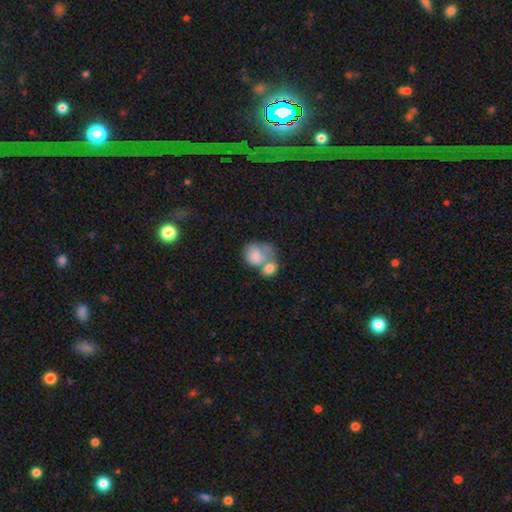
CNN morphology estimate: Smooth or featured? Predicted: smooth (p=0.75). How rounded? Predicted: round (p=0.52). Merging? Predicted: merger (p=0.60).